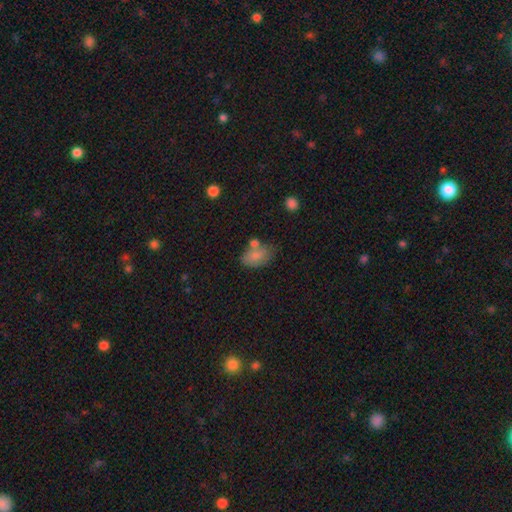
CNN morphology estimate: A smooth galaxy with no disk features (80%) that is in between round and cigar-shaped (89%). Merging: none (52%).